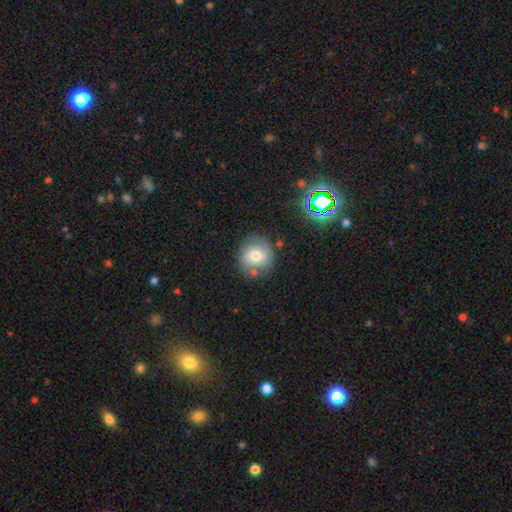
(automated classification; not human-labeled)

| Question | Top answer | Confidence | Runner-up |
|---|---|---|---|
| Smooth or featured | smooth | 63% | featured or disk (26%) |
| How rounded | round | 89% | in between (10%) |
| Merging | none | 71% | minor disturbance (15%) |